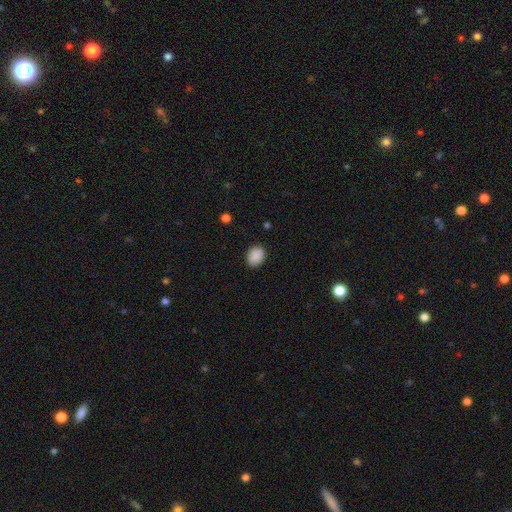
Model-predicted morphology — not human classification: A smooth galaxy with no disk features (89%) that is in between round and cigar-shaped (57%).

Vote fractions:
- Smooth or featured? smooth: 89% / star or artifact: 8% / featured or disk: 3%
- How rounded? in between: 57% / round: 42% / cigar-shaped: 1%
- Merging? none: 86% / minor disturbance: 11% / major disturbance: 2% / merger: 1%